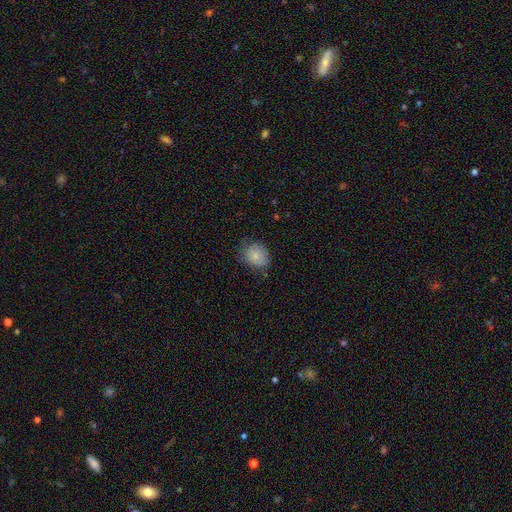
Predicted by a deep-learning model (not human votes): Smooth or featured? smooth (81%)
How rounded? round (63%)
Merging? none (62%)